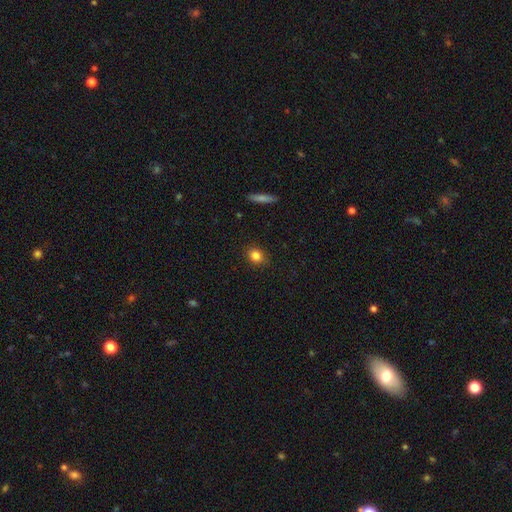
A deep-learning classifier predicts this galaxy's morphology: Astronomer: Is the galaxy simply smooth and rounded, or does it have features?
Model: smooth — 83%.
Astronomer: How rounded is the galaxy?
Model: round — 64%.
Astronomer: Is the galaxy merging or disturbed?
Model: none — 87%.